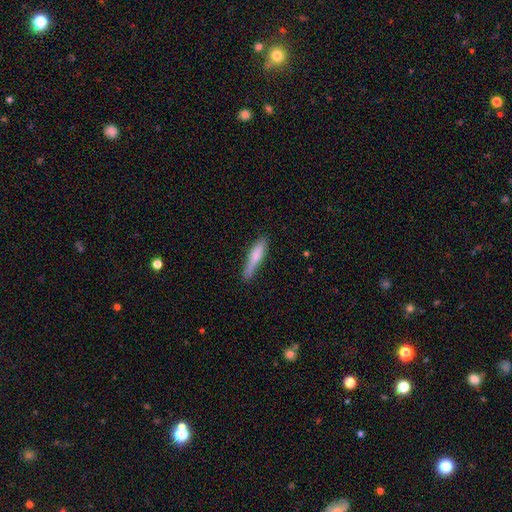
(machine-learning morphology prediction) Overall: smooth (71%). How rounded: cigar-shaped (84%). Merging: none (70%).